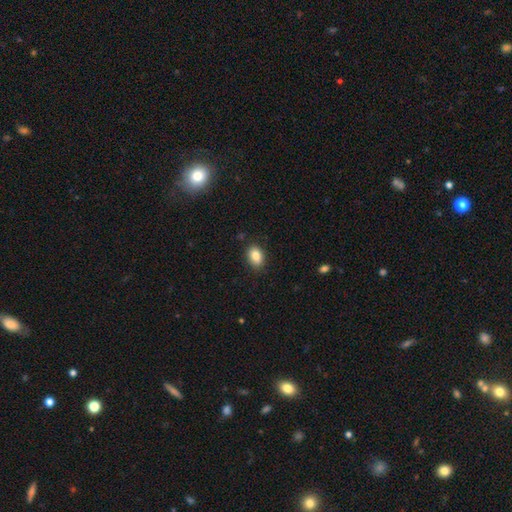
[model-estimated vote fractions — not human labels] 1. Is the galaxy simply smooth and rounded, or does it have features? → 85% smooth, 8% star or artifact, 6% featured or disk.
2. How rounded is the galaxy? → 84% in between, 15% round, 2% cigar-shaped.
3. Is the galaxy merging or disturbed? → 85% none, 11% minor disturbance, 2% major disturbance, 1% merger.